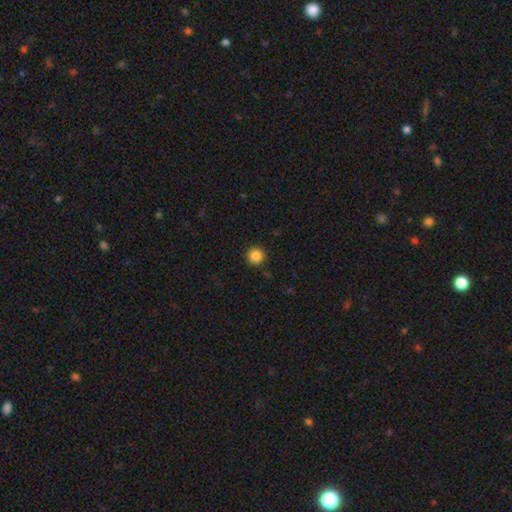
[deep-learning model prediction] Overall: smooth (86%). How rounded: round (96%). Merging: none (92%).